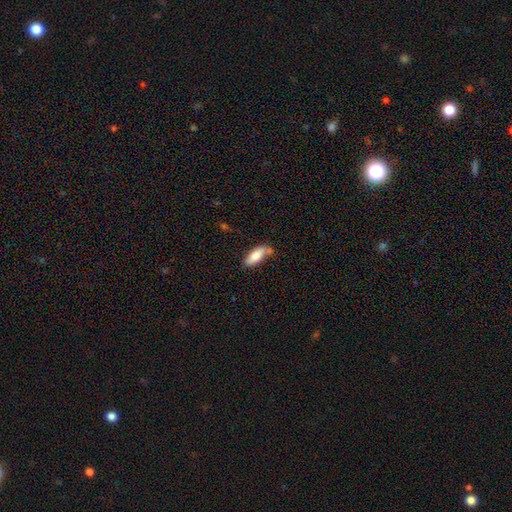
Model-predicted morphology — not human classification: The model was most divided on "merging": none: 61%, minor disturbance: 23%, merger: 12%, major disturbance: 5%. More confident: smooth or featured — smooth (79%); how rounded — in between (74%).